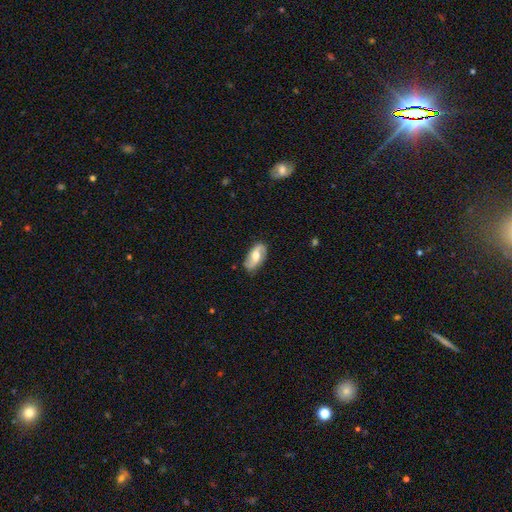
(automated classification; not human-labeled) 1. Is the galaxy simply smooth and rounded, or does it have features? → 74% featured or disk, 21% smooth, 5% star or artifact.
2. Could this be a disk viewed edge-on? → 95% no, 5% yes.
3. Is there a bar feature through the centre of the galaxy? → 44% no, 40% weak, 16% strong.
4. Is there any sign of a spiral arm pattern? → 92% yes, 8% no.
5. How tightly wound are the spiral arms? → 46% loose, 38% medium, 16% tight.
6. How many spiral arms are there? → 90% 2, 4% can't tell, 3% 1, 1% 3, 1% 4, 1% more than 4.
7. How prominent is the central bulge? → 67% moderate, 19% large, 11% small, 2% none, 2% dominant.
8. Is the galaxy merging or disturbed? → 80% none, 15% minor disturbance, 4% major disturbance, 1% merger.